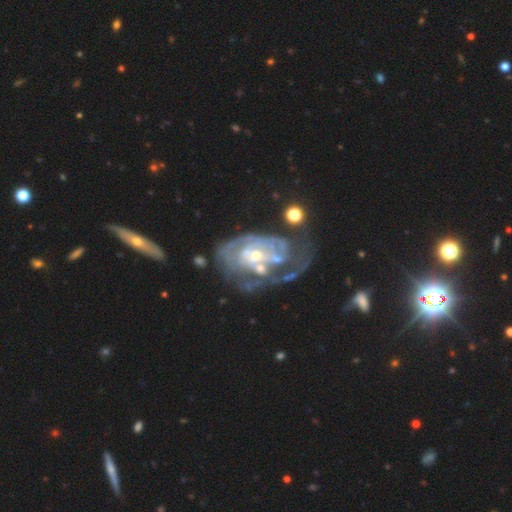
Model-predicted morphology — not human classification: Smooth or featured: featured or disk — 82% (smooth — 11%)
Edge-on disk: no — 96% (yes — 4%)
Bar: no — 67% (weak — 26%)
Spiral arms: yes — 69% (no — 31%)
Spiral winding: tight — 54% (medium — 31%)
Spiral arm count: can't tell — 52% (2 — 22%)
Bulge size: small — 55% (moderate — 38%)
Merging: major disturbance — 37% (none — 26%)